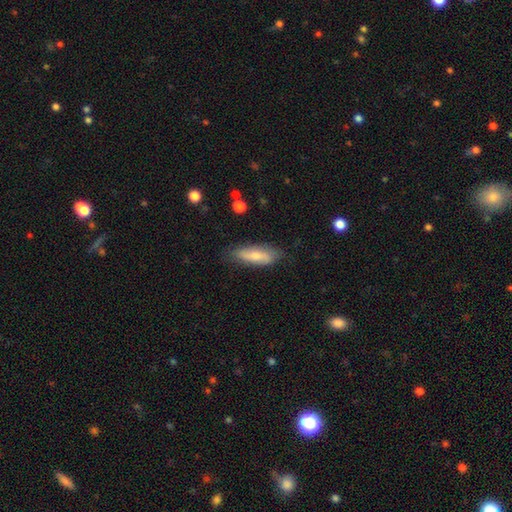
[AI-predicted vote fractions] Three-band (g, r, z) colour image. It shows a smooth galaxy with no disk features (62%) that is in between round and cigar-shaped (57%). Merging: none (76%).